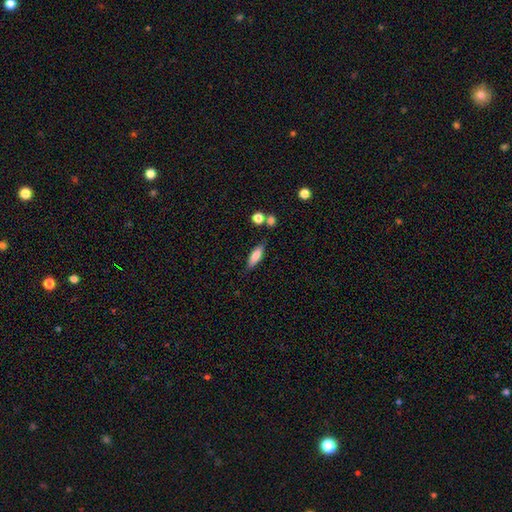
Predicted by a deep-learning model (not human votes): The model was most divided on "how rounded": in between: 54%, cigar-shaped: 43%, round: 2%. More confident: merging — none (78%); smooth or featured — smooth (75%).